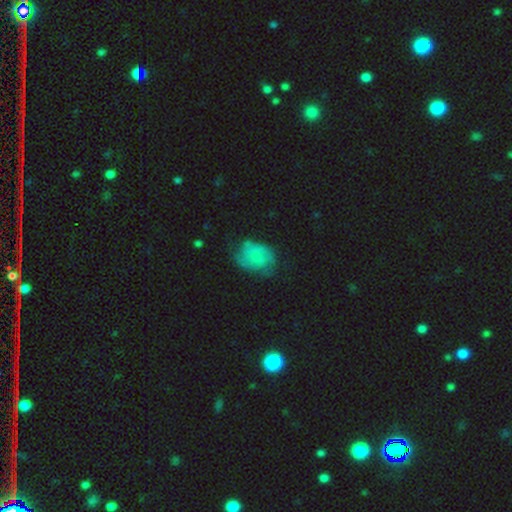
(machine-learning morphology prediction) Smooth or featured? featured or disk (47%)
Merging? none (54%)